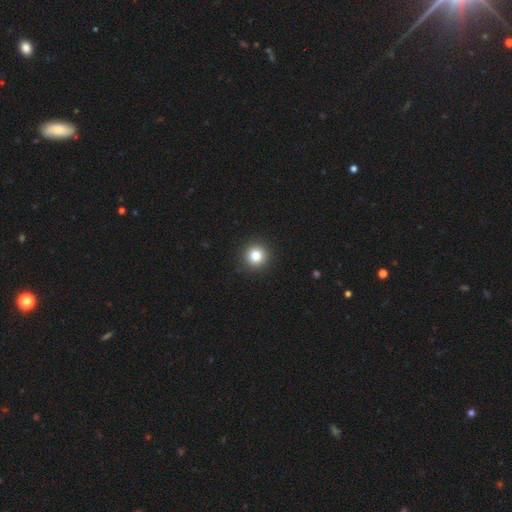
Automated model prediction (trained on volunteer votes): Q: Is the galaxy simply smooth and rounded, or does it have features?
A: smooth — 80%.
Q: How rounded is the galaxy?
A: round — 95%.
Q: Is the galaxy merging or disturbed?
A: none — 92%.